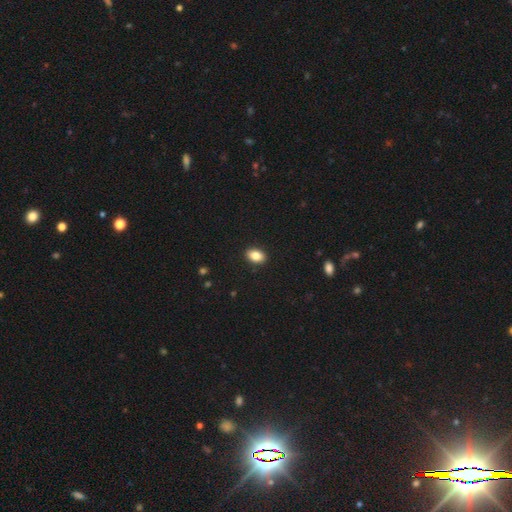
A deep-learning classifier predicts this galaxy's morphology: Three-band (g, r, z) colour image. It shows a smooth galaxy with no disk features (85%) that is in between round and cigar-shaped (86%). Merging: none (91%).